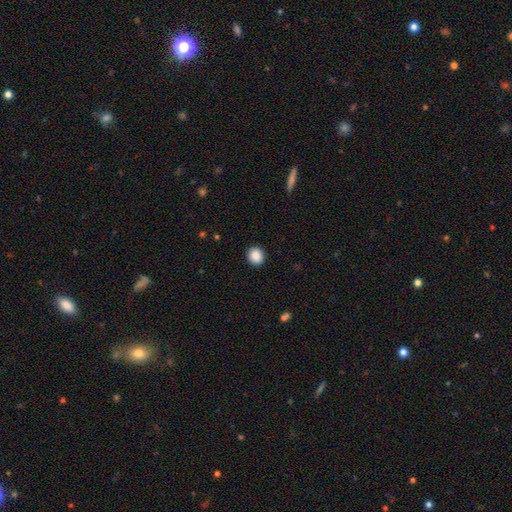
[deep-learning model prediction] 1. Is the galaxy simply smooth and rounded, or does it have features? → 88% smooth, 9% star or artifact, 3% featured or disk.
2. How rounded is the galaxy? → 82% round, 17% in between, 1% cigar-shaped.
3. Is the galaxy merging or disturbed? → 92% none, 5% minor disturbance, 2% major disturbance, 1% merger.